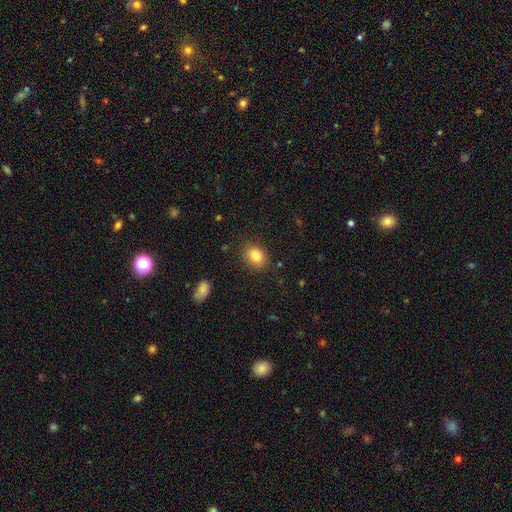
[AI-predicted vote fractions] Overall: smooth (84%). How rounded: in between (55%; round 44%). Merging: none (86%).